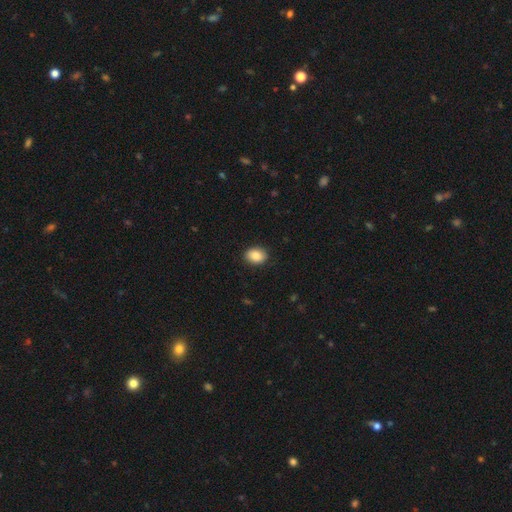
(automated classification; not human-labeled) This appears to be a smooth galaxy with no disk features (88%) that is in between round and cigar-shaped (69%). Merging: none (89%).